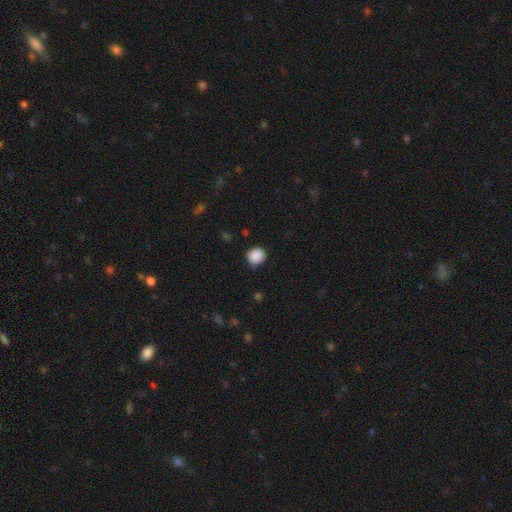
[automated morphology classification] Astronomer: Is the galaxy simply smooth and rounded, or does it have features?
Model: smooth — 88%.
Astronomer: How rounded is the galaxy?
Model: round — 86%.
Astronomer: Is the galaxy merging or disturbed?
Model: none — 85%.